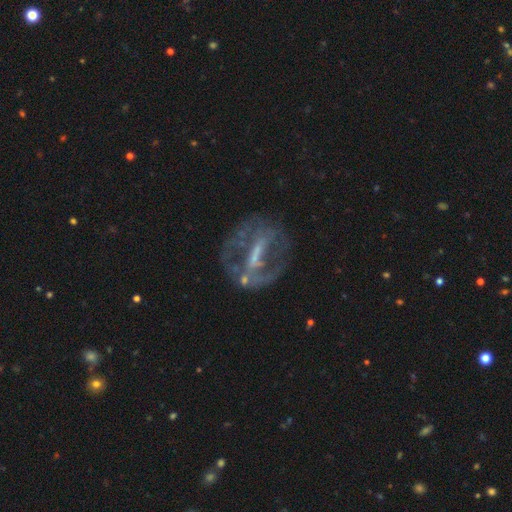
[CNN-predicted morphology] A featured or disk galaxy (74%) with a strong bar (53%), no spiral arms (56%) and a small central bulge (37%). Merging: none (58%).